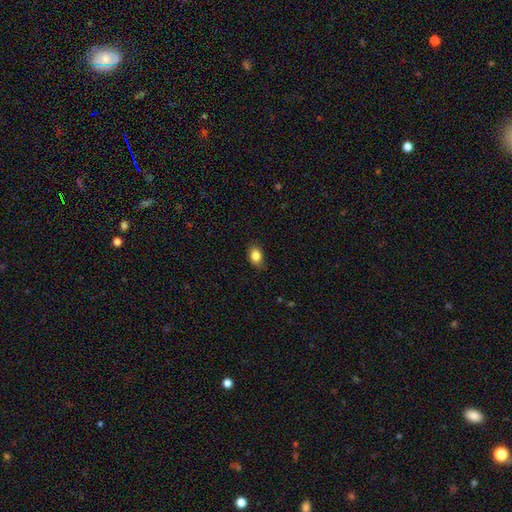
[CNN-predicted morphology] Smooth or featured?
  - smooth: 84% *
  - star or artifact: 9%
  - featured or disk: 7%
How rounded?
  - in between: 73% *
  - round: 25%
  - cigar-shaped: 1%
Merging?
  - none: 82% *
  - minor disturbance: 15%
  - major disturbance: 3%
  - merger: 1%